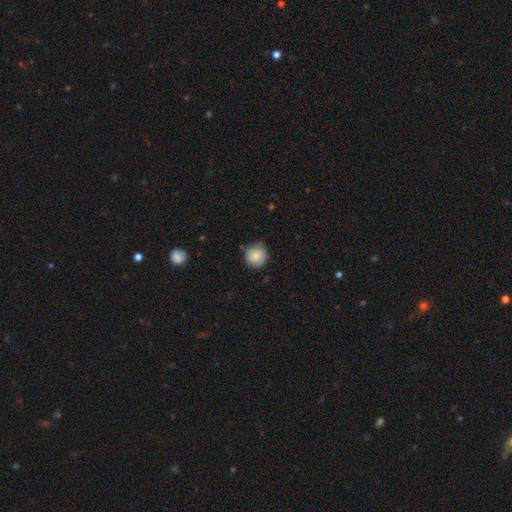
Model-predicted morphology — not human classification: Smooth or featured? Predicted: smooth (p=0.86). How rounded? Predicted: round (p=0.91). Merging? Predicted: none (p=0.81).